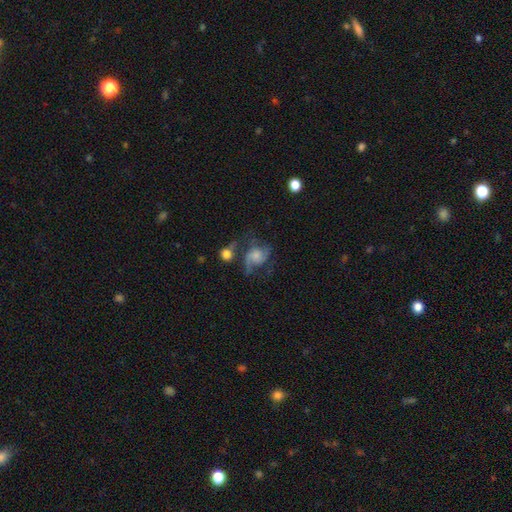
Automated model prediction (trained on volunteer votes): A featured or disk galaxy (70%) with no bar (71%), 2 (69%) medium (47%) spiral arms (91%) and a small central bulge (38%).

Vote fractions:
- Smooth or featured? featured or disk: 70% / smooth: 22% / star or artifact: 8%
- Edge-on disk? no: 98% / yes: 2%
- Bar? no: 71% / weak: 25% / strong: 4%
- Spiral arms? yes: 91% / no: 9%
- Spiral winding? medium: 47% / loose: 35% / tight: 17%
- Spiral arm count? 2: 69% / can't tell: 11% / 3: 9% / 1: 6% / 4: 3% / more than 4: 2%
- Bulge size? small: 38% / moderate: 31% / none: 17% / large: 11% / dominant: 3%
- Merging? none: 41% / major disturbance: 26% / minor disturbance: 22% / merger: 12%